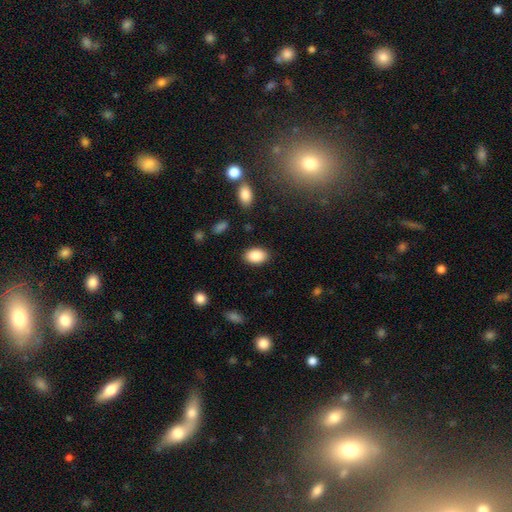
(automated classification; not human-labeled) This appears to be a smooth galaxy with no disk features (88%) that is in between round and cigar-shaped (88%). Merging: none (87%).